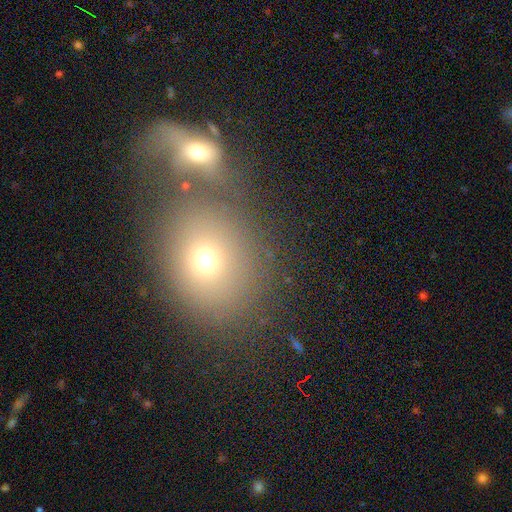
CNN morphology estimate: Smooth or featured? smooth (63%)
How rounded? round (62%)
Merging? merger (44%)